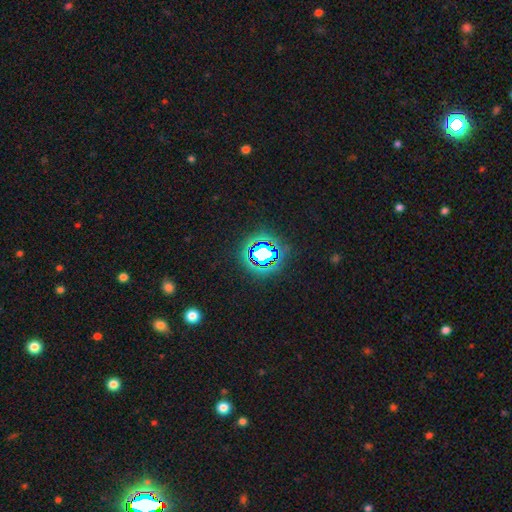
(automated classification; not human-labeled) smooth-or-featured: star or artifact: 74% | smooth: 16% | featured or disk: 10%